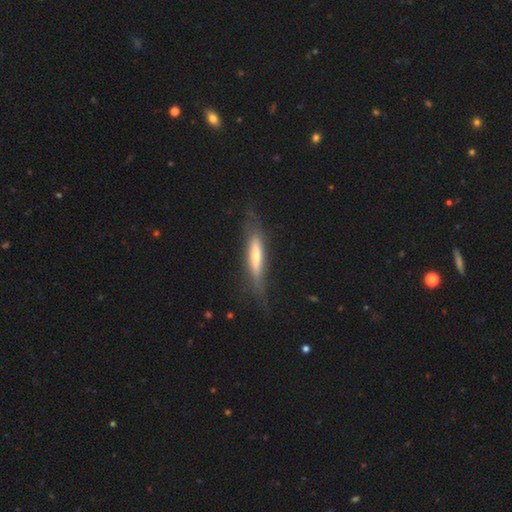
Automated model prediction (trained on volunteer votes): This appears to be a featured or disk galaxy (53%) viewed edge-on (85%). Merging: none (70%).